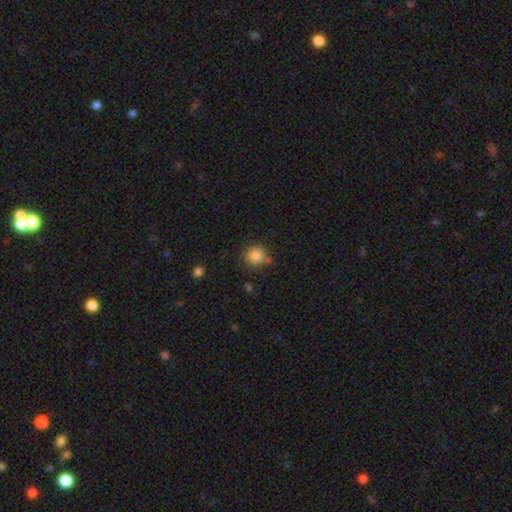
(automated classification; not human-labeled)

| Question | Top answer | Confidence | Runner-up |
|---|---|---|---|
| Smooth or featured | smooth | 85% | star or artifact (10%) |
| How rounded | round | 91% | in between (8%) |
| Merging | none | 76% | minor disturbance (13%) |